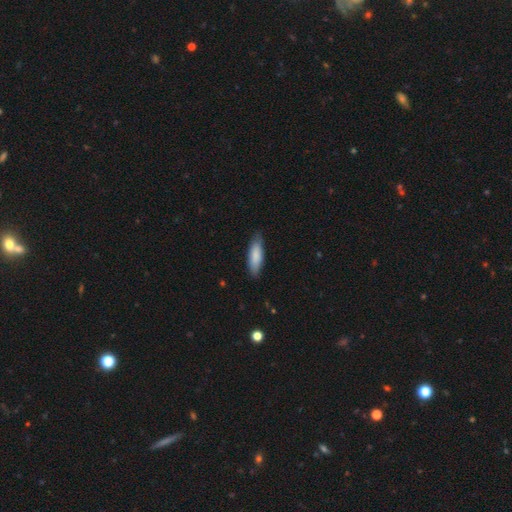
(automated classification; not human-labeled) This is clearly a smooth galaxy (83%). How rounded: possibly in between (49%, tied with cigar-shaped). Merging: clearly none (82%).